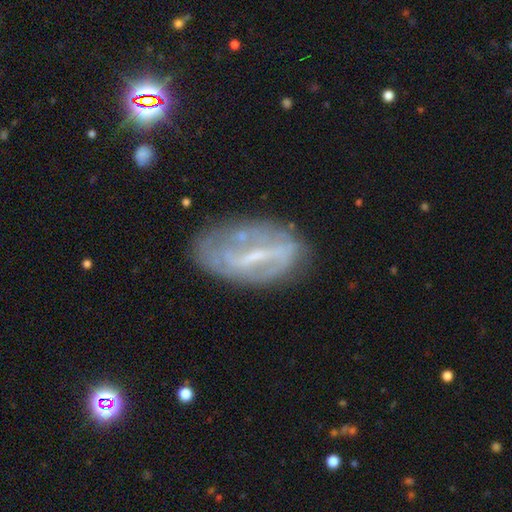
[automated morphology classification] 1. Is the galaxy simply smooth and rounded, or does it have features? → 73% featured or disk, 19% smooth, 9% star or artifact.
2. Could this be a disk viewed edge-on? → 90% no, 10% yes.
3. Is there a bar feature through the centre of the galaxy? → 56% strong, 31% weak, 13% no.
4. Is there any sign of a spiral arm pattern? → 55% yes, 45% no.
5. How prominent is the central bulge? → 53% small, 26% none, 19% moderate, 2% large, 1% dominant.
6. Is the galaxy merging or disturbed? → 67% none, 21% minor disturbance, 9% major disturbance, 3% merger.